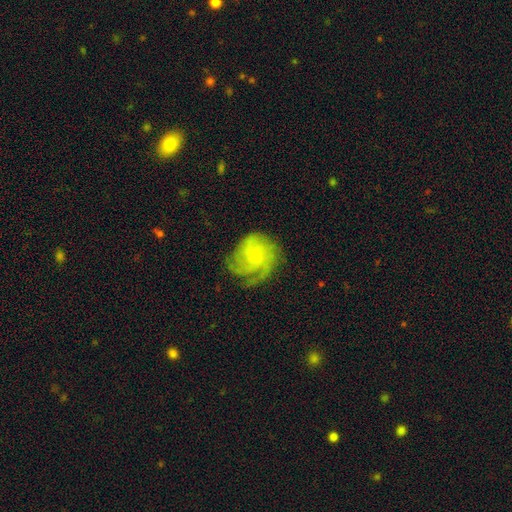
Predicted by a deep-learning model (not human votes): This is likely a featured or disk galaxy (76%). It is clearly not viewed edge-on (98%). Bar: likely no (72%). Spiral arm pattern: clearly yes (94%). Spiral arm count: marginally 3 (34%). Spiral winding: possibly tight (46%). Central bulge: likely small (76%). Merging: likely none (60%).